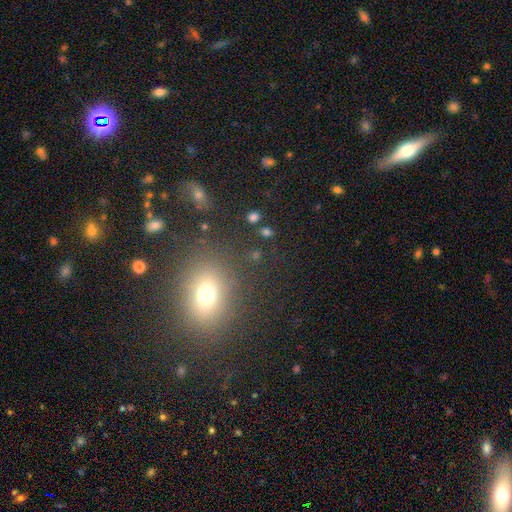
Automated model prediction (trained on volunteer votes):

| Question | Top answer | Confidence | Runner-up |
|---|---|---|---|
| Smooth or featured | smooth | 59% | star or artifact (28%) |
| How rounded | round | 53% | in between (43%) |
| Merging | none | 78% | minor disturbance (11%) |